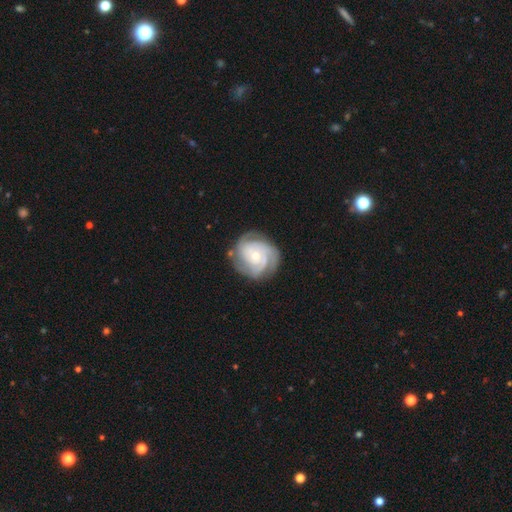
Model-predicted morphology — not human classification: Overall: featured or disk (87%). Edge-on disk: no (98%). Bar: no (75%). Spiral arms: yes (97%). Spiral arm count: 3 (48%; 2 14%). Spiral winding: tight (68%). Bulge size: small (49%; moderate 47%). Merging: none (77%).